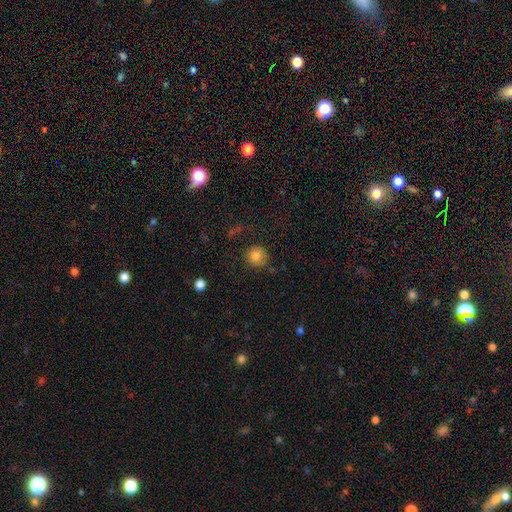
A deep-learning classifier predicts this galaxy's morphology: A smooth galaxy with no disk features (82%) that is round (91%).

Vote fractions:
- Smooth or featured? smooth: 82% / star or artifact: 11% / featured or disk: 7%
- How rounded? round: 91% / in between: 8% / cigar-shaped: 1%
- Merging? none: 77% / minor disturbance: 15% / major disturbance: 5% / merger: 3%